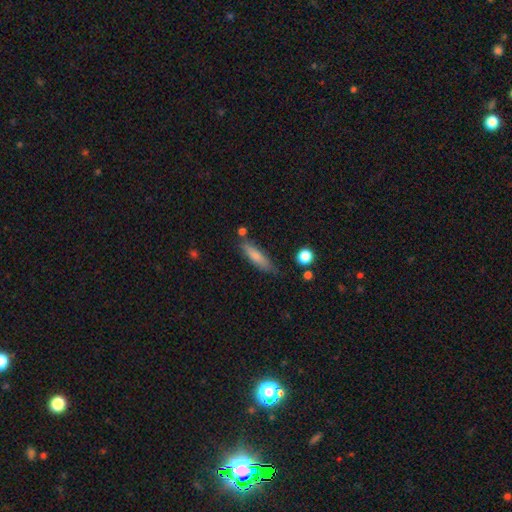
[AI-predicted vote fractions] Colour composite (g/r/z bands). It shows a smooth galaxy with no disk features (75%) that is cigar-shaped (74%). Merging: none (71%).